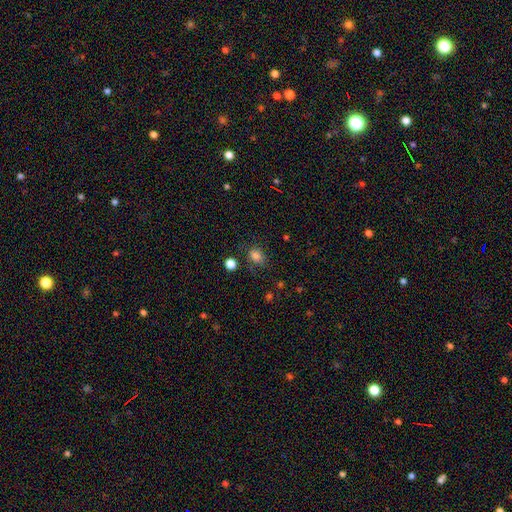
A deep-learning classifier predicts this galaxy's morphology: This is clearly a smooth galaxy (81%). How rounded: possibly in between (50%). Merging: likely none (74%).